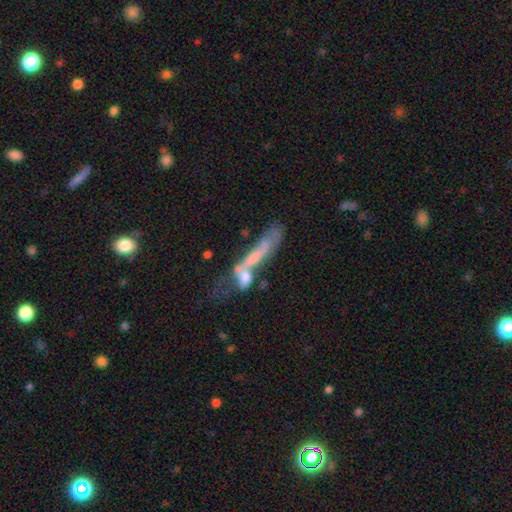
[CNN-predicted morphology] This appears to be a featured or disk galaxy (47%). Merging: merger (56%).